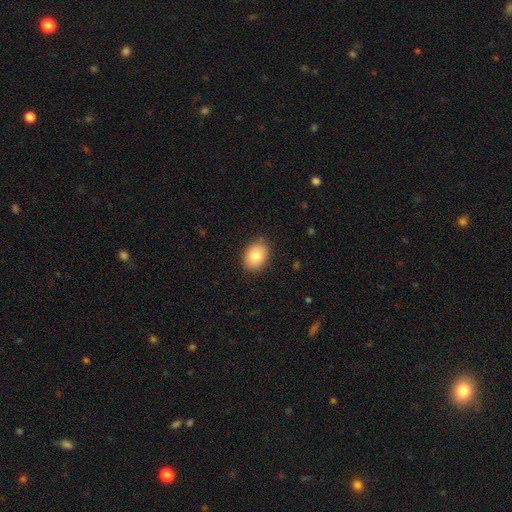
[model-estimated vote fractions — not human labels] Morphology: type=smooth (83%); roundness=in between (67%); merging=none (84%).